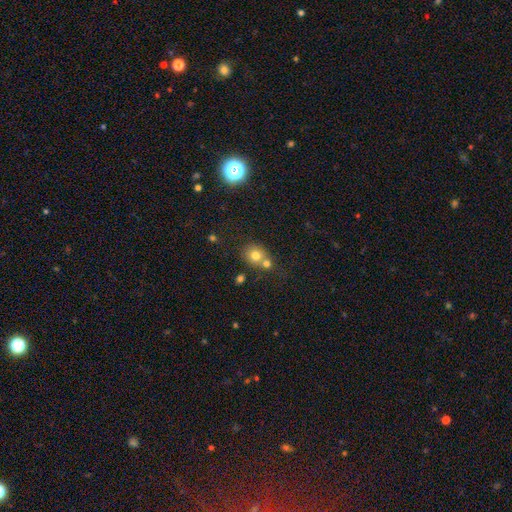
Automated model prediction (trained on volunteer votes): Smooth or featured: smooth — 75% (star or artifact — 13%)
How rounded: round — 77% (in between — 22%)
Merging: none — 46% (merger — 42%)